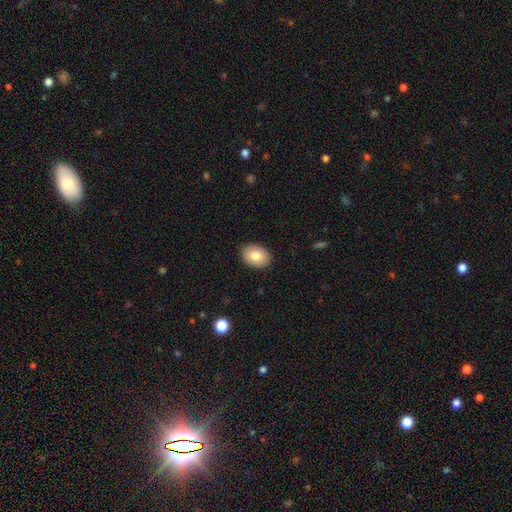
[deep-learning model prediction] Morphology: type=smooth (80%); roundness=in between (73%); merging=none (89%).